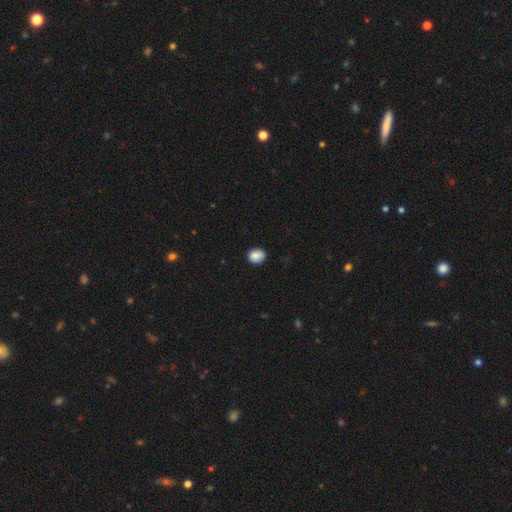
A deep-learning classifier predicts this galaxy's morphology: Smooth or featured? Predicted: smooth (p=0.87). How rounded? Predicted: round (p=0.67). Merging? Predicted: none (p=0.84).